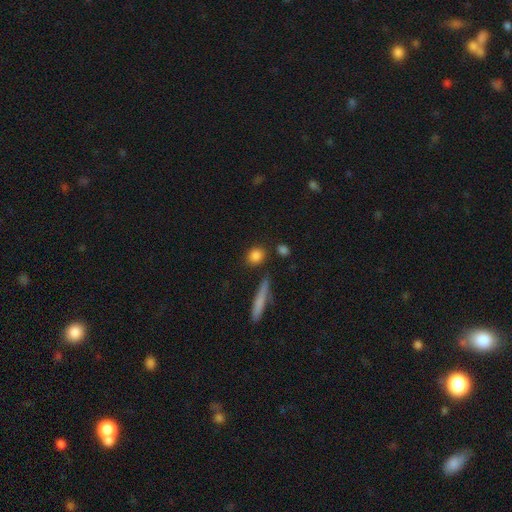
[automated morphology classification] smooth_or_featured: smooth (p=0.85) [alt: star or artifact p=0.09]
how_rounded: round (p=0.68) [alt: in between p=0.23]
merging: none (p=0.82) [alt: minor disturbance p=0.09]